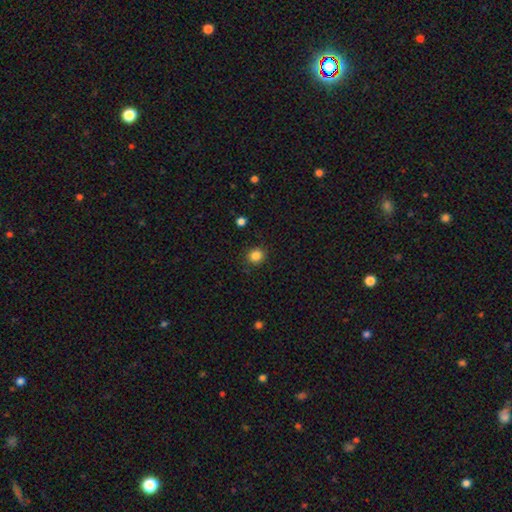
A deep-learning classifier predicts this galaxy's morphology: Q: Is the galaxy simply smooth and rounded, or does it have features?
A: smooth — 85%.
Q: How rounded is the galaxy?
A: round — 85%.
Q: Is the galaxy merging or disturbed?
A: none — 89%.